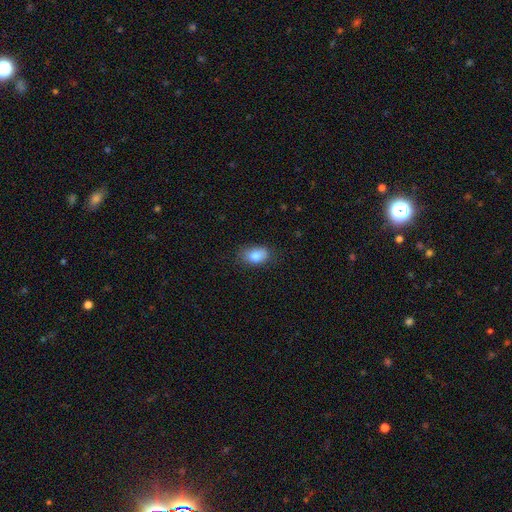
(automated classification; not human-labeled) This appears to be a smooth galaxy with no disk features (82%) that is in between round and cigar-shaped (85%). Merging: none (73%).